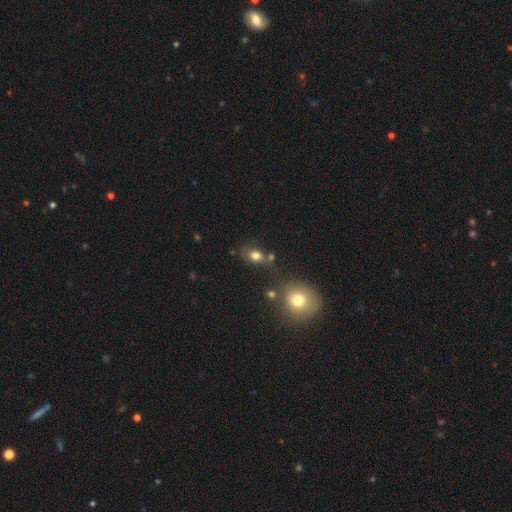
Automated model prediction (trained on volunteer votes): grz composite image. It shows a smooth galaxy with no disk features (77%) that is in between round and cigar-shaped (59%). Merging: none (58%).